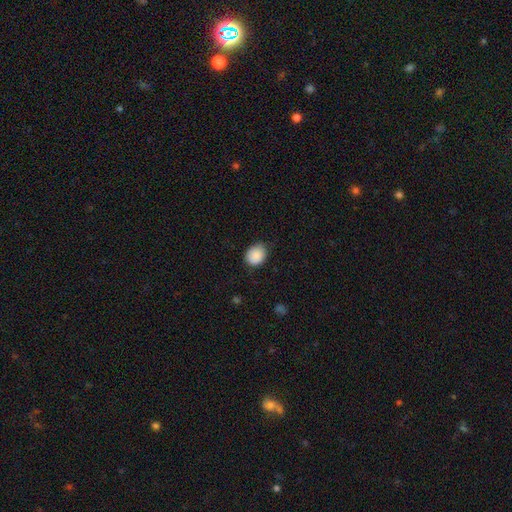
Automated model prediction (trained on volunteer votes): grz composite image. It shows a smooth galaxy with no disk features (88%) that is round (53%). Merging: none (73%).